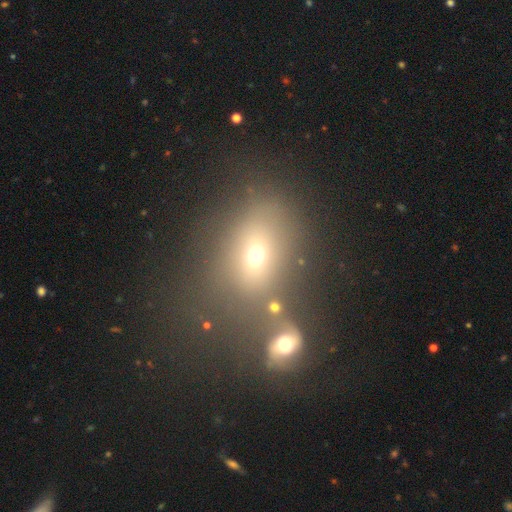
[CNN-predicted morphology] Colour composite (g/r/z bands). It shows a smooth galaxy with no disk features (58%) that is in between round and cigar-shaped (61%). Merging: none (49%).